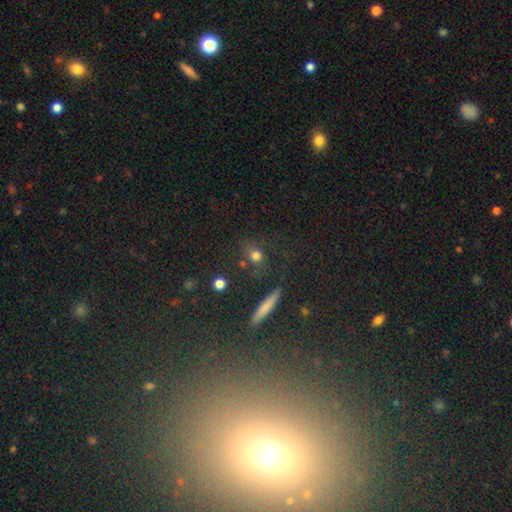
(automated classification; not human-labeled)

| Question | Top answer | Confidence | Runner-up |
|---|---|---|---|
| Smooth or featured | smooth | 71% | star or artifact (17%) |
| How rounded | round | 59% | in between (31%) |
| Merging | none | 74% | minor disturbance (13%) |